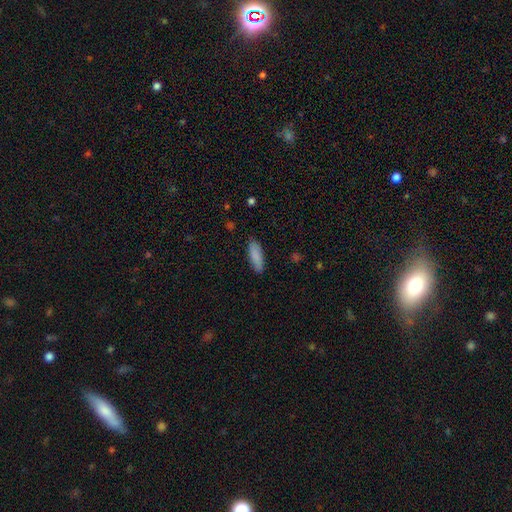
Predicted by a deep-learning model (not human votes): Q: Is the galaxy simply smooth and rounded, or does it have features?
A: smooth — 87%.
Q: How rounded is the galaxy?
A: in between — 54%.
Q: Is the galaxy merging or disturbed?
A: none — 85%.